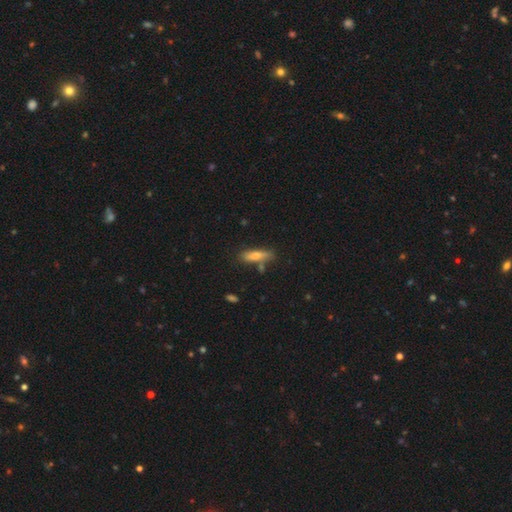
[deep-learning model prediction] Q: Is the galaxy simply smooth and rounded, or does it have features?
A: smooth — 75%.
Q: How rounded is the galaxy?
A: cigar-shaped — 65%.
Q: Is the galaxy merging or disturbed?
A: none — 69%.